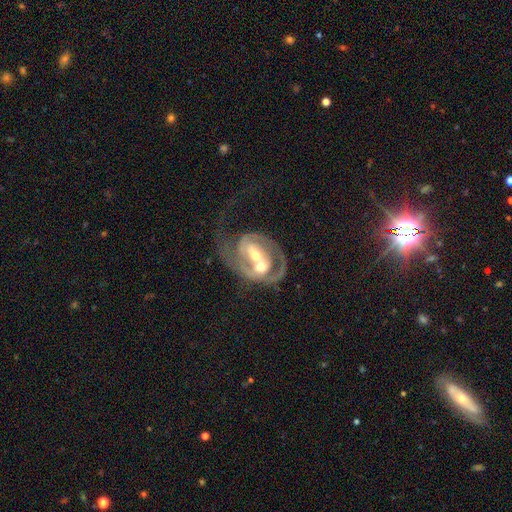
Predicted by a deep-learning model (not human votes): This is clearly a featured or disk galaxy (82%). It is clearly not viewed edge-on (96%). Bar: marginally weak (37%). Spiral arm pattern: clearly yes (83%). Spiral arm count: likely 2 (62%). Spiral winding: marginally medium (40%). Central bulge: likely moderate (64%). Merging: likely merger (64%).